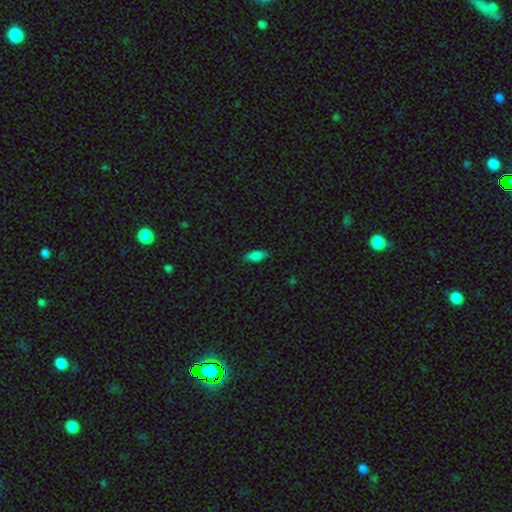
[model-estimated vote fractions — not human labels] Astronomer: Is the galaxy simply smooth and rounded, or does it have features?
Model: smooth — 80%.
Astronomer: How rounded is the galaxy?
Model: in between — 78%.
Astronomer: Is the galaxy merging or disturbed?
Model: none — 85%.